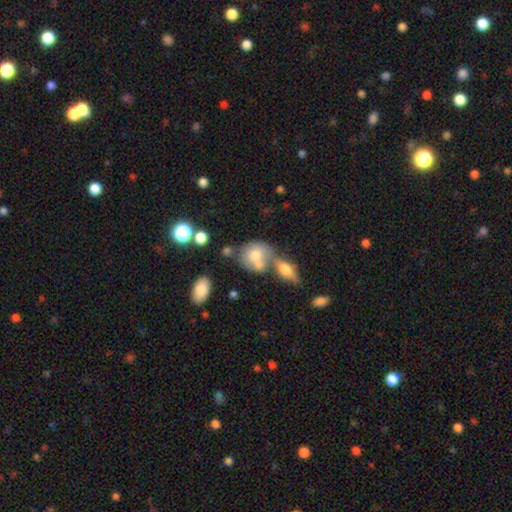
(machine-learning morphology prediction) Q: Smooth or featured?
A: smooth (66%); runner-up: featured or disk (23%)
Q: How rounded?
A: round (50%); runner-up: in between (48%)
Q: Merging?
A: merger (48%); runner-up: none (34%)